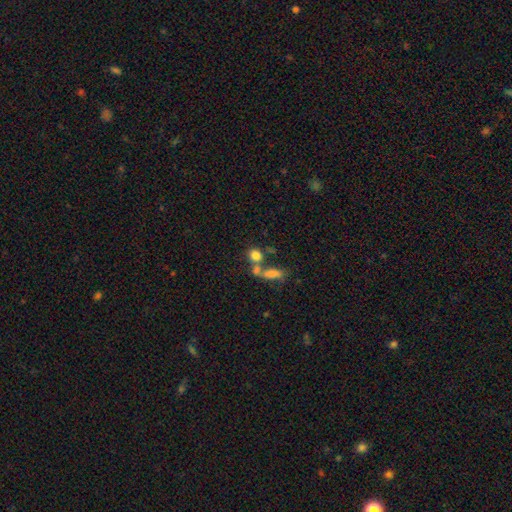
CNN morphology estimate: A smooth galaxy with no disk features (77%) that is round (61%).

Vote fractions:
- Smooth or featured? smooth: 77% / featured or disk: 12% / star or artifact: 11%
- How rounded? round: 61% / in between: 35% / cigar-shaped: 4%
- Merging? merger: 42% (tied) / none: 42% (tied) / minor disturbance: 10% / major disturbance: 6%